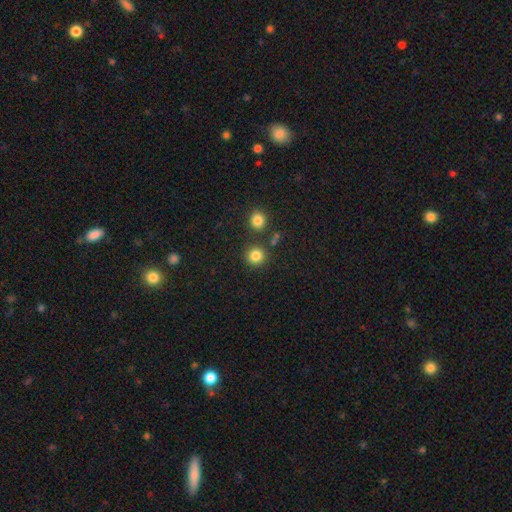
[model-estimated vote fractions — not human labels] smooth_or_featured: smooth (p=0.83) [alt: star or artifact p=0.12]
how_rounded: round (p=0.92) [alt: in between p=0.07]
merging: none (p=0.84) [alt: minor disturbance p=0.07]